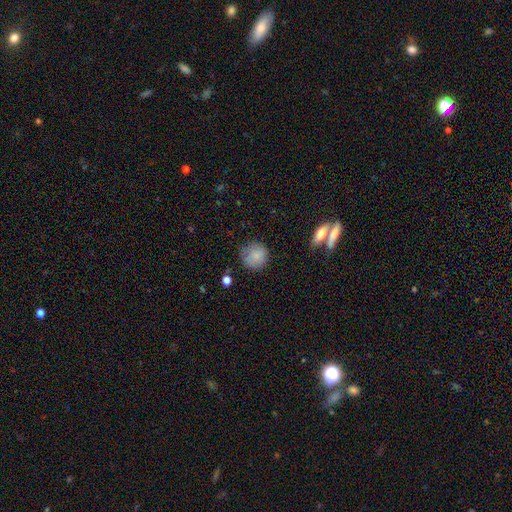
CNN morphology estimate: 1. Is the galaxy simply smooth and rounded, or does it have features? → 80% smooth, 12% featured or disk, 8% star or artifact.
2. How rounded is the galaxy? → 90% round, 9% in between, 1% cigar-shaped.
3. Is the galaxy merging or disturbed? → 72% none, 20% minor disturbance, 6% major disturbance, 2% merger.